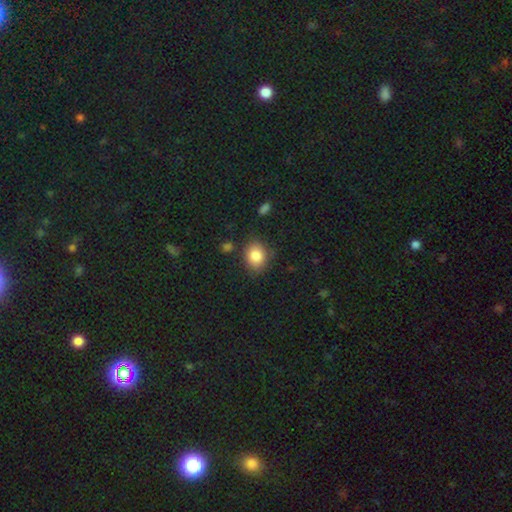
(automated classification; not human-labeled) Smooth or featured? smooth (85%)
How rounded? round (52%)
Merging? none (80%)